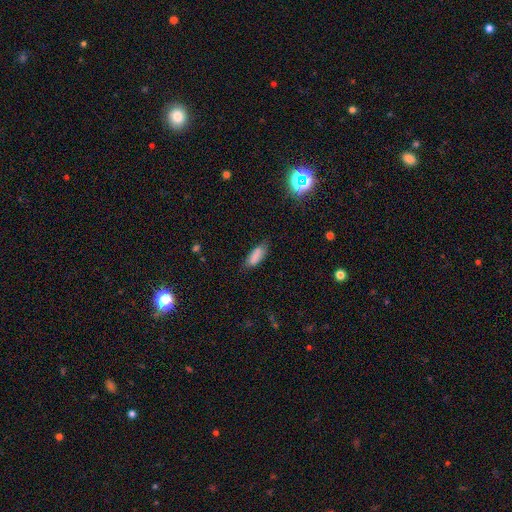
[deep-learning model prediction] Smooth or featured: smooth — 83% (featured or disk — 9%)
How rounded: in between — 71% (cigar-shaped — 27%)
Merging: none — 68% (minor disturbance — 25%)